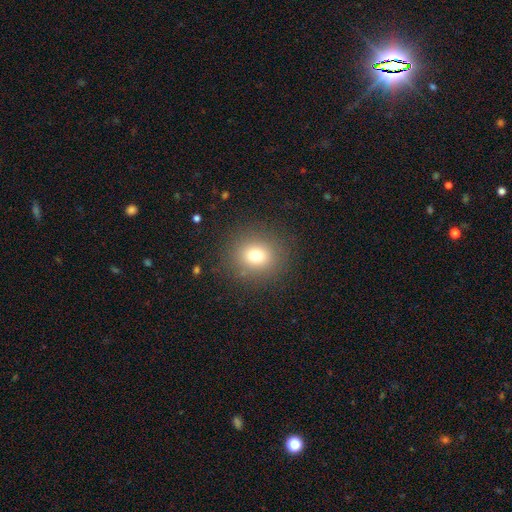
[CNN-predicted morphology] This is likely a smooth galaxy (74%). How rounded: clearly round (83%). Merging: clearly none (87%).